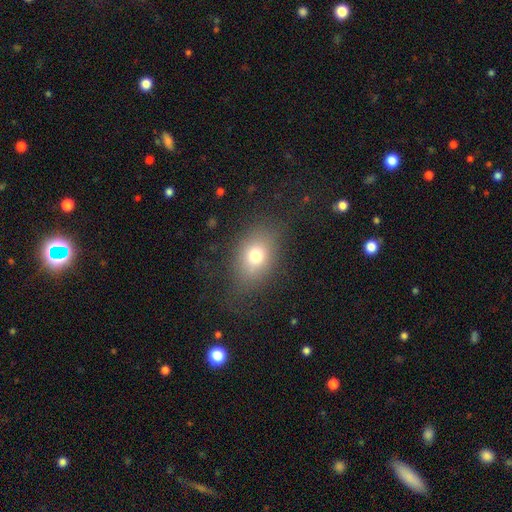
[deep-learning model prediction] This is likely a smooth galaxy (73%). How rounded: likely in between (67%). Merging: likely none (71%).